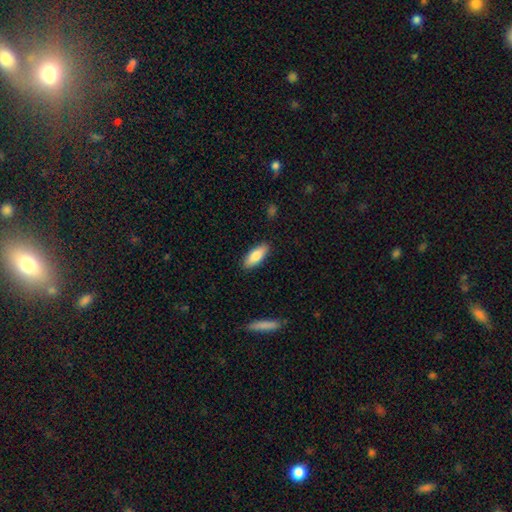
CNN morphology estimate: A smooth galaxy with no disk features (81%) that is in between round and cigar-shaped (72%). Merging: none (88%).